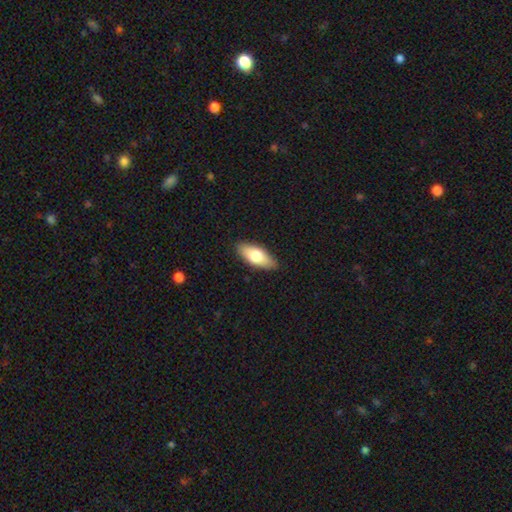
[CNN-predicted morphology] A smooth galaxy with no disk features (71%) that is in between round and cigar-shaped (82%).

Vote fractions:
- Smooth or featured? smooth: 71% / featured or disk: 23% / star or artifact: 6%
- How rounded? in between: 82% / cigar-shaped: 16% / round: 2%
- Merging? none: 88% / minor disturbance: 9% / major disturbance: 2% / merger: 1%